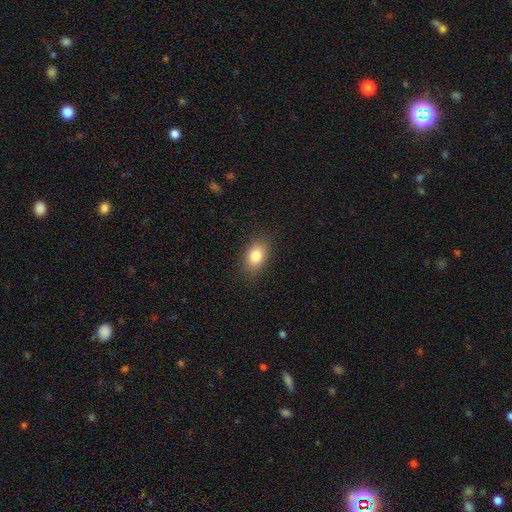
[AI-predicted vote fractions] This appears to be a smooth galaxy with no disk features (82%) that is in between round and cigar-shaped (81%). Merging: none (87%).